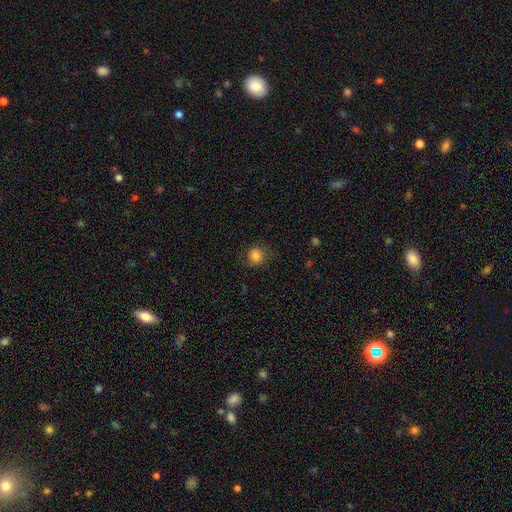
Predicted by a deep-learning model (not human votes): This is clearly a smooth galaxy (83%). How rounded: clearly round (82%). Merging: likely none (78%).